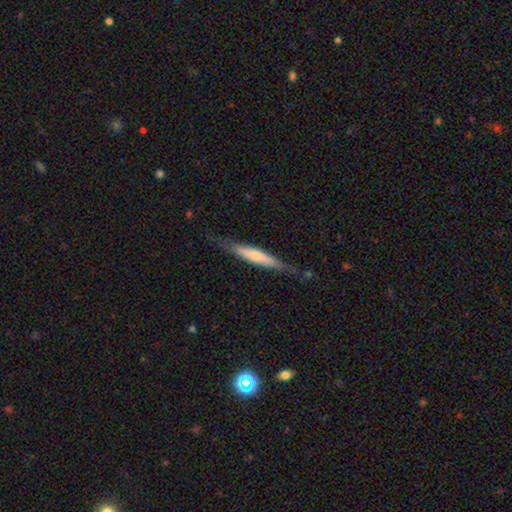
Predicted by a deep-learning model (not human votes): Smooth or featured? Predicted: smooth (p=0.52). How rounded? Predicted: cigar-shaped (p=0.90). Merging? Predicted: none (p=0.77).